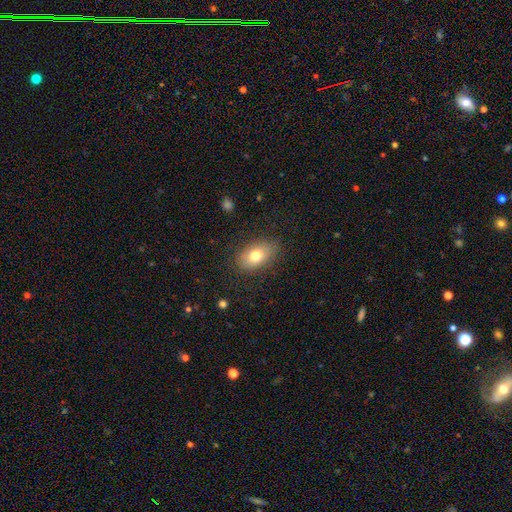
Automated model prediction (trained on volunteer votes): smooth_or_featured: smooth (p=0.74) [alt: featured or disk p=0.17]
how_rounded: in between (p=0.87) [alt: round p=0.11]
merging: none (p=0.82) [alt: minor disturbance p=0.13]